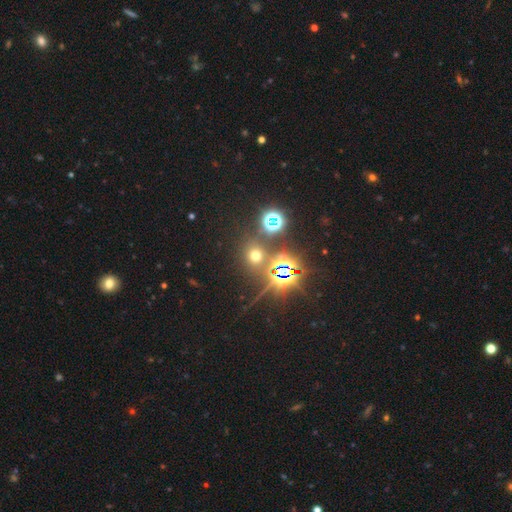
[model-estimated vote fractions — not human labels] Q: Smooth or featured?
A: star or artifact (48%); runner-up: smooth (44%)